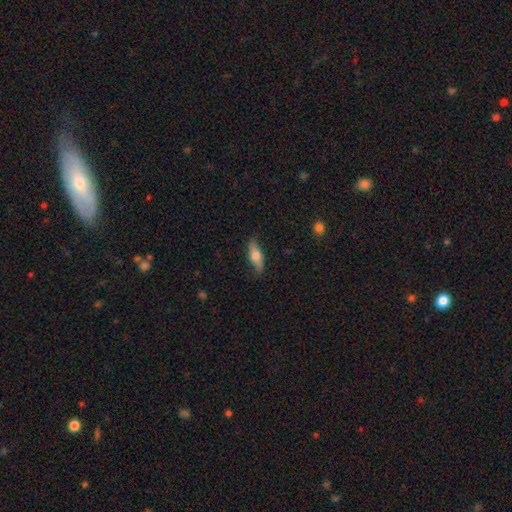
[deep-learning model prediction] smooth_or_featured: smooth (p=0.59) [alt: featured or disk p=0.35]
how_rounded: in between (p=0.58) [alt: cigar-shaped p=0.38]
merging: none (p=0.82) [alt: minor disturbance p=0.14]